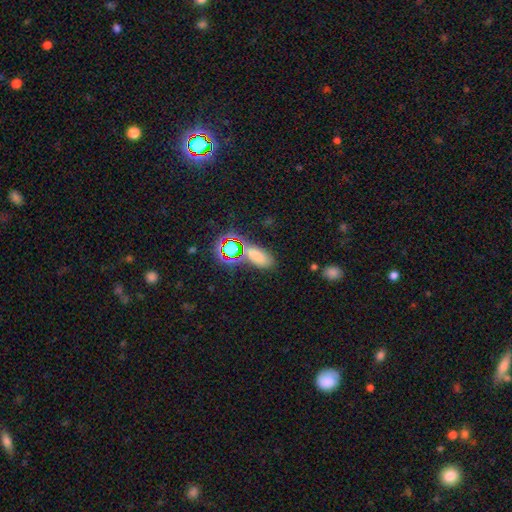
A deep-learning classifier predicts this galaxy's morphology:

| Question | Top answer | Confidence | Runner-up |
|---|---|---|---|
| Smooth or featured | smooth | 57% | star or artifact (33%) |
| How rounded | in between | 83% | round (10%) |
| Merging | none | 73% | minor disturbance (13%) |